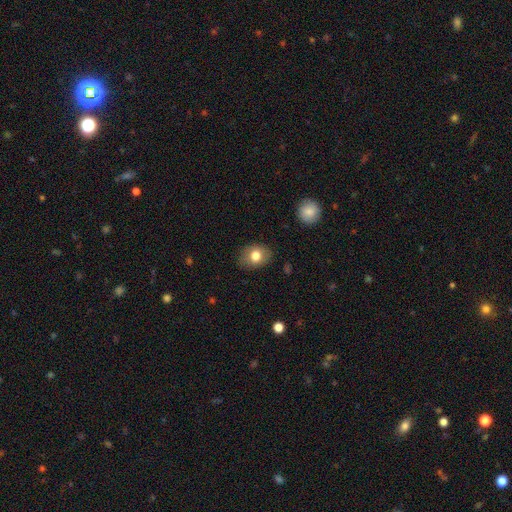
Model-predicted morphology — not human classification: This is likely a smooth galaxy (78%). How rounded: likely in between (64%). Merging: clearly none (84%).